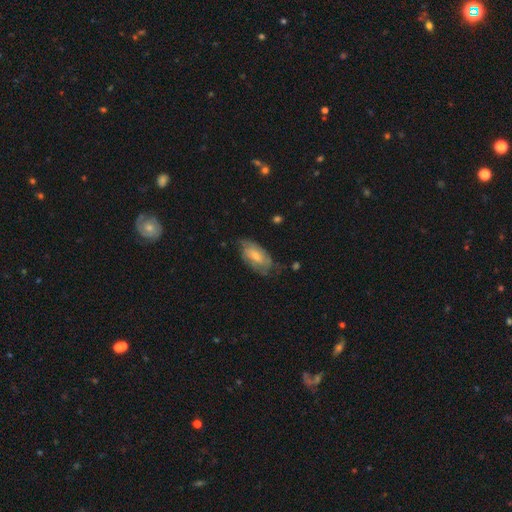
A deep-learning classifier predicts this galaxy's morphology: This appears to be a featured or disk galaxy (50%). Merging: none (57%).